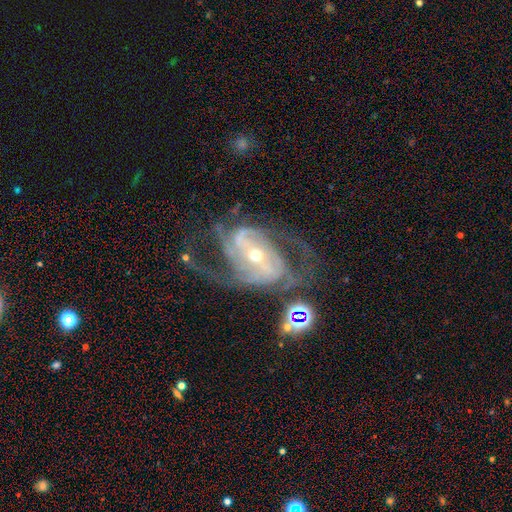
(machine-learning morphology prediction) A featured or disk galaxy (89%) with a strong bar (36%, tied with weak), 2 (41%) medium (50%) spiral arms (97%) and a small central bulge (49%). Merging: none (53%).